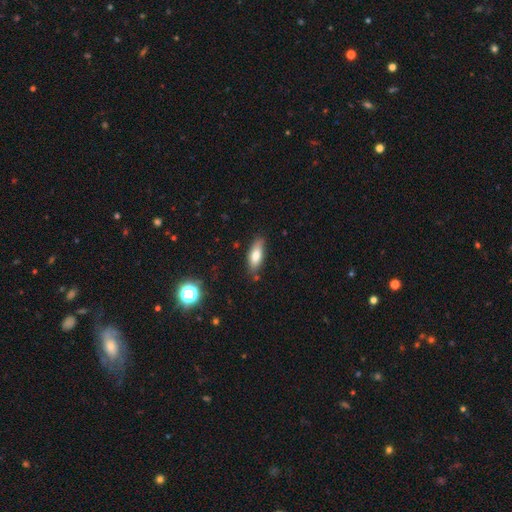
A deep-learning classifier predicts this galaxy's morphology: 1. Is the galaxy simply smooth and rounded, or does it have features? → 74% smooth, 18% featured or disk, 8% star or artifact.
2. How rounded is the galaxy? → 69% in between, 29% cigar-shaped, 2% round.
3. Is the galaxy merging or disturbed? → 78% none, 16% minor disturbance, 3% major disturbance, 3% merger.